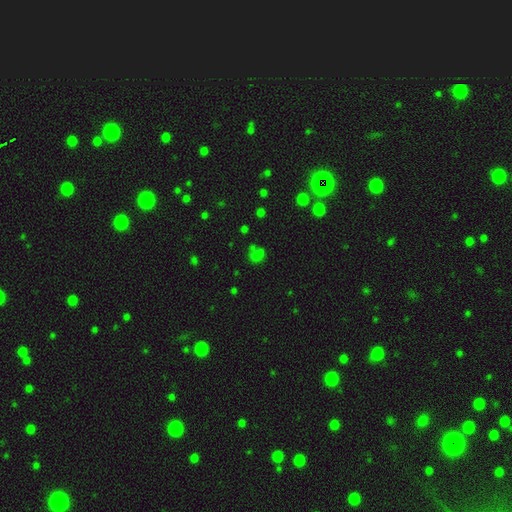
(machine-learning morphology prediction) Overall: smooth (55%; star or artifact 34%). How rounded: round (57%; in between 41%). Merging: none (54%; merger 19%).